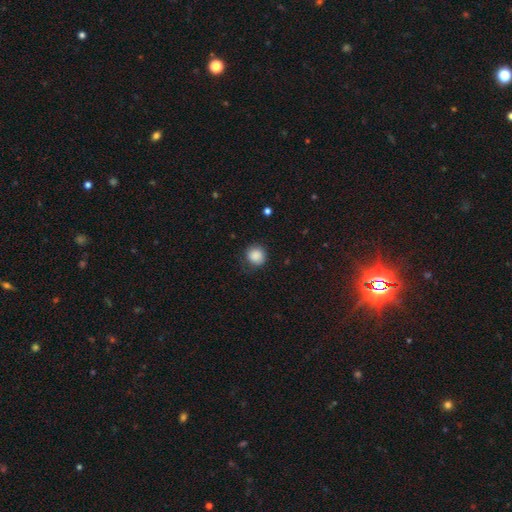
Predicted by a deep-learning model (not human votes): A smooth galaxy with no disk features (88%) that is round (89%).

Vote fractions:
- Smooth or featured? smooth: 88% / star or artifact: 9% / featured or disk: 4%
- How rounded? round: 89% / in between: 10% / cigar-shaped: 1%
- Merging? none: 78% / minor disturbance: 16% / major disturbance: 5% / merger: 1%